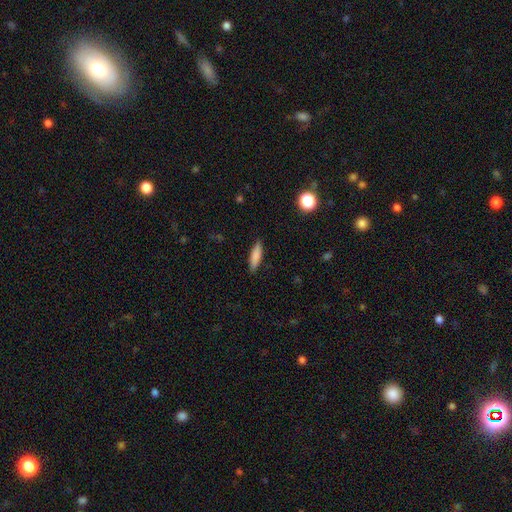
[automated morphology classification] Smooth or featured? smooth (83%)
How rounded? cigar-shaped (63%)
Merging? none (85%)